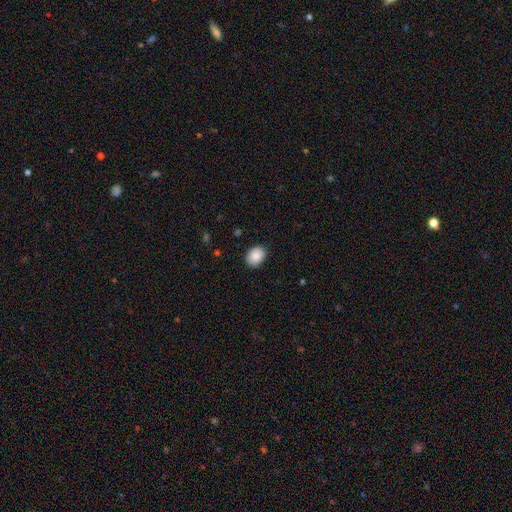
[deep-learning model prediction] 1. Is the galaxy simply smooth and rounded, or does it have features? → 89% smooth, 7% star or artifact, 4% featured or disk.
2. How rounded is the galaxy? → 64% in between, 36% round, 1% cigar-shaped.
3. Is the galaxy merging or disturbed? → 87% none, 10% minor disturbance, 2% major disturbance, 1% merger.